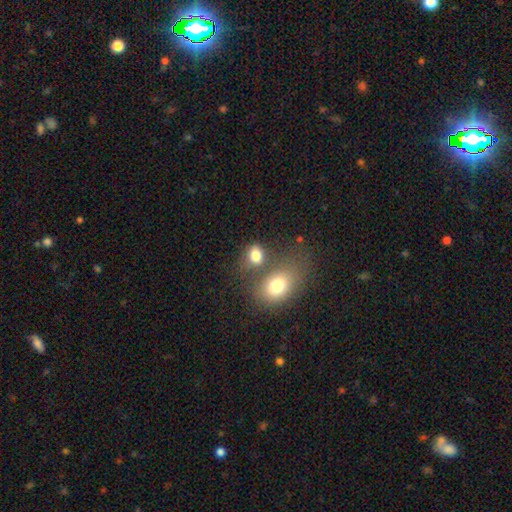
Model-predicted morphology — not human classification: The model was most divided on "merging": none: 46%, merger: 34%, minor disturbance: 12%, major disturbance: 7%. More confident: smooth or featured — smooth (78%); how rounded — in between (57%).